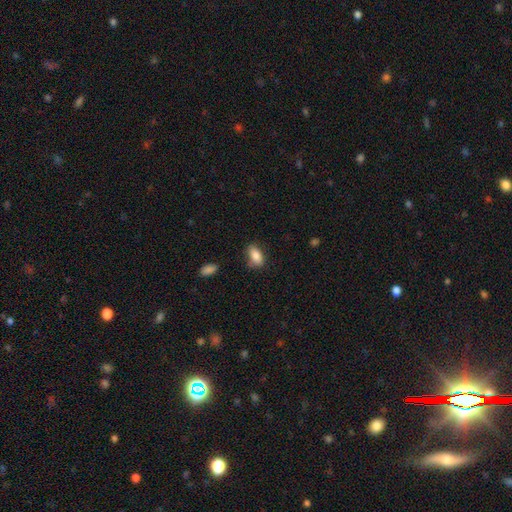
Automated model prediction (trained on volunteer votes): smooth-or-featured: smooth: 84% | featured or disk: 8% | star or artifact: 8%
  how-rounded: in between: 89% | cigar-shaped: 6% | round: 5%
  merging: none: 76% | minor disturbance: 17% | major disturbance: 4% | merger: 3%